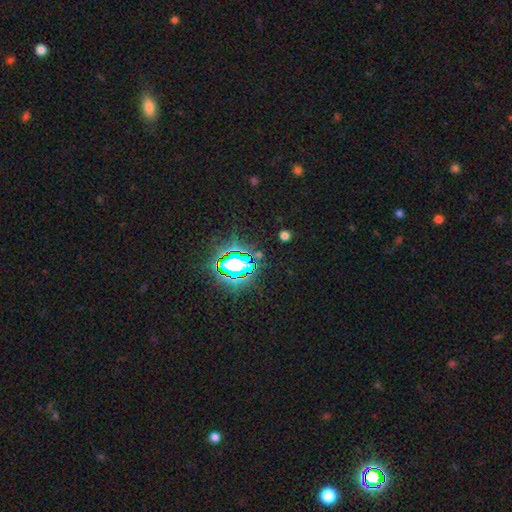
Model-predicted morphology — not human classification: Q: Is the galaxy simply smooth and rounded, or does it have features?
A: star or artifact — 79%.